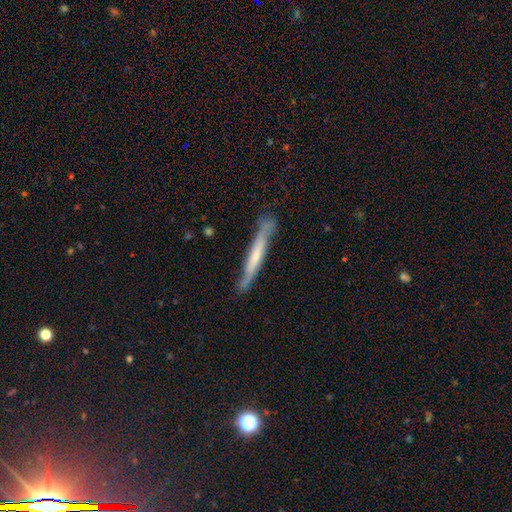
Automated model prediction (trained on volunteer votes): smooth_or_featured: featured or disk (p=0.55) [alt: smooth p=0.40]
disk_edge_on: yes (p=0.83) [alt: no p=0.17]
merging: none (p=0.72) [alt: minor disturbance p=0.21]